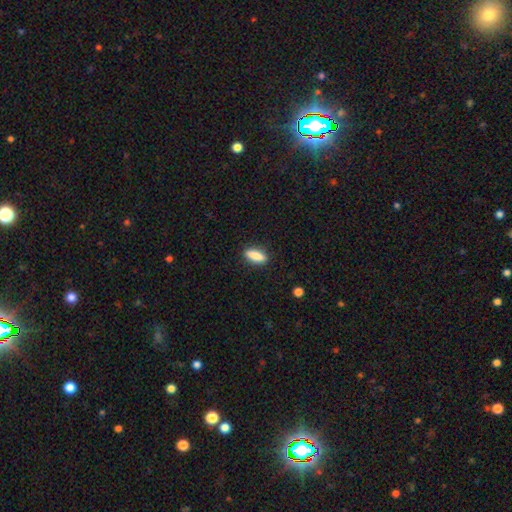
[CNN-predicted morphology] A smooth galaxy with no disk features (84%) that is in between round and cigar-shaped (56%). Merging: none (87%).